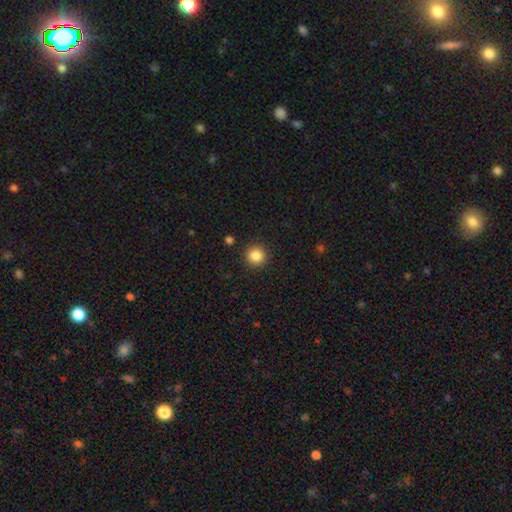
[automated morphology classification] This appears to be a smooth galaxy with no disk features (86%) that is round (94%). Merging: none (91%).